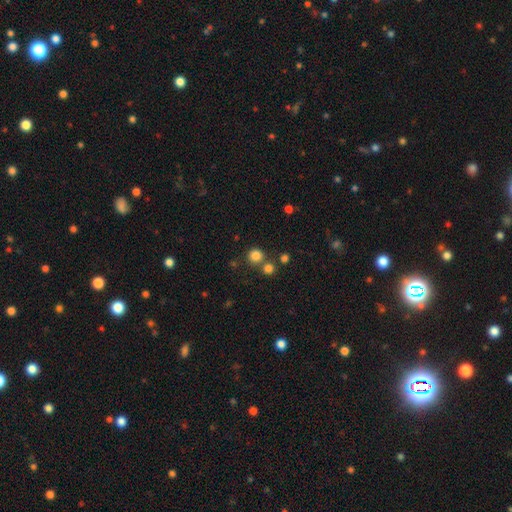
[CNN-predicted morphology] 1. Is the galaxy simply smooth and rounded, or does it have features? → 81% smooth, 14% star or artifact, 5% featured or disk.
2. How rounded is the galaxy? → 91% round, 8% in between, 1% cigar-shaped.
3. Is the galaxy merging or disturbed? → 72% none, 18% merger, 8% minor disturbance, 3% major disturbance.